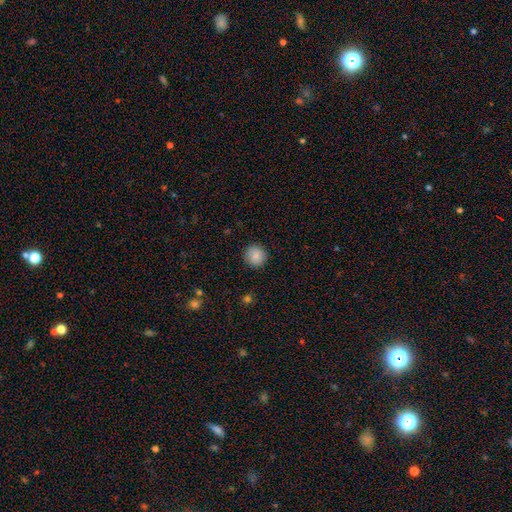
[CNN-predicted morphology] Smooth or featured: smooth — 87% (star or artifact — 8%)
How rounded: round — 93% (in between — 6%)
Merging: none — 92% (minor disturbance — 6%)